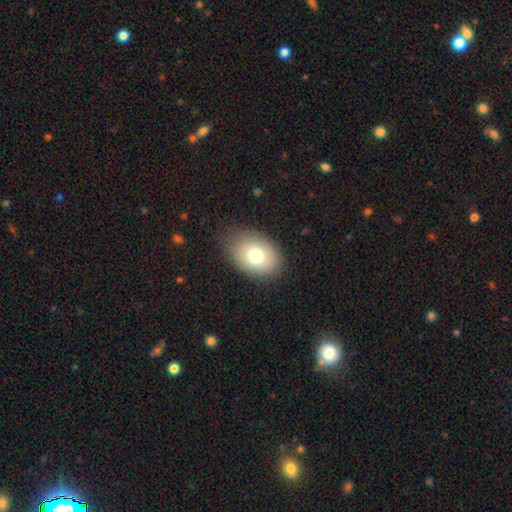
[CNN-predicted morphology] This appears to be a smooth galaxy with no disk features (75%) that is in between round and cigar-shaped (77%). Merging: none (79%).